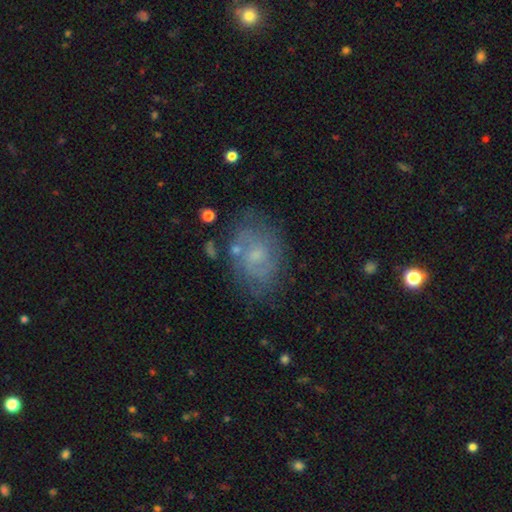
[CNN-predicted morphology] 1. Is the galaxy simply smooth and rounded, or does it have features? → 63% featured or disk, 26% smooth, 10% star or artifact.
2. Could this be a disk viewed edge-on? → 97% no, 3% yes.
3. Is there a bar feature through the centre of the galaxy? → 61% no, 34% weak, 4% strong.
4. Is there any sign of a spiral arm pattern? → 78% yes, 22% no.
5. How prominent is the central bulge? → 56% small, 27% moderate, 13% none, 2% large, 1% dominant.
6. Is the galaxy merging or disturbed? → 68% none, 19% minor disturbance, 9% major disturbance, 4% merger.